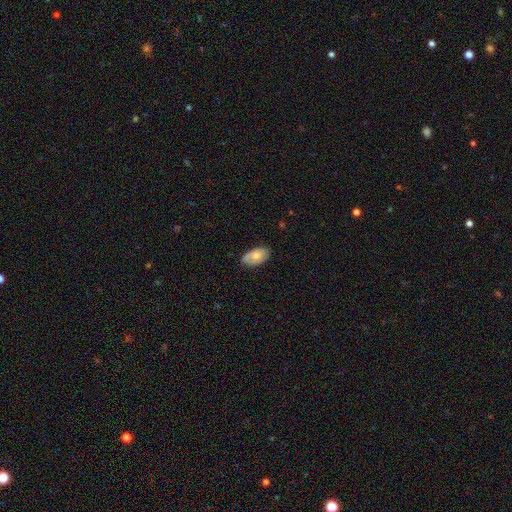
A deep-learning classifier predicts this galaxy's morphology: Smooth or featured: smooth — 70% (featured or disk — 23%)
How rounded: in between — 94% (round — 4%)
Merging: none — 74% (minor disturbance — 21%)